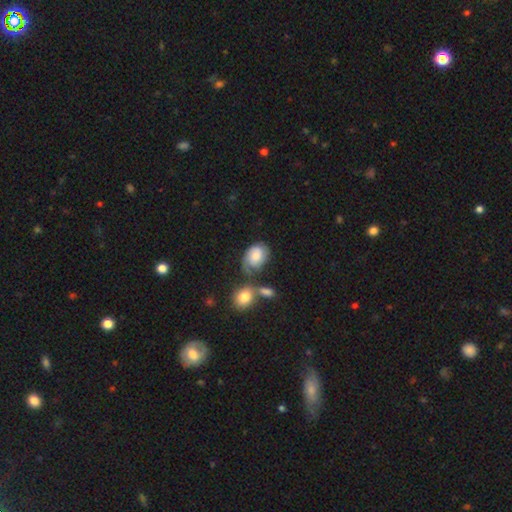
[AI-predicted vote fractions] smooth 49%, featured or disk 42%, star or artifact 8%. Down the decision tree: merging — none (42%).